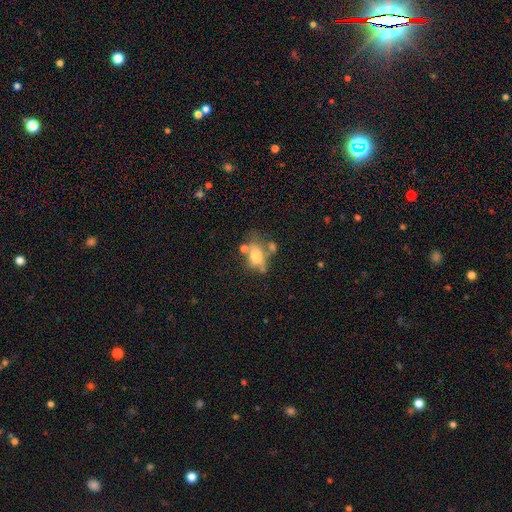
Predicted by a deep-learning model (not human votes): smooth-or-featured: smooth: 60% | featured or disk: 28% | star or artifact: 11%
  how-rounded: in between: 80% | round: 17% | cigar-shaped: 3%
  merging: merger: 32% | none: 31% | minor disturbance: 19% | major disturbance: 18%